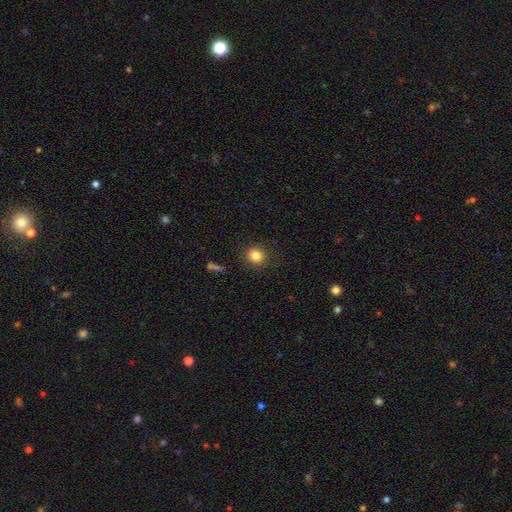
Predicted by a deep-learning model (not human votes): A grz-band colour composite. It shows a smooth galaxy with no disk features (83%) that is round (89%). Merging: none (89%).